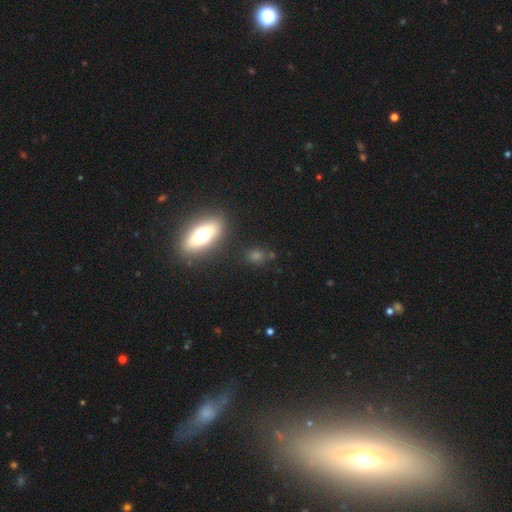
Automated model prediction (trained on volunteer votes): Smooth or featured? Predicted: smooth (p=0.59). How rounded? Predicted: in between (p=0.50). Merging? Predicted: none (p=0.79).